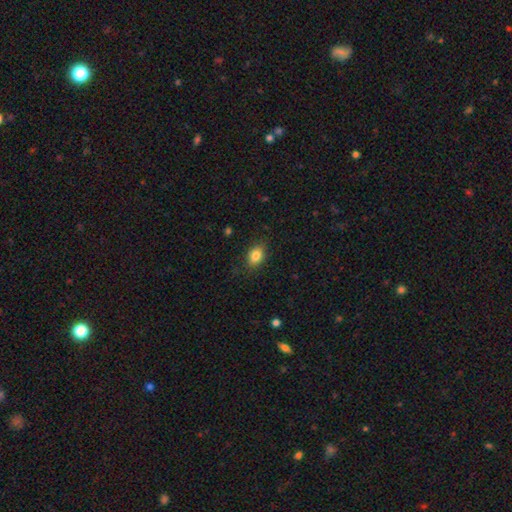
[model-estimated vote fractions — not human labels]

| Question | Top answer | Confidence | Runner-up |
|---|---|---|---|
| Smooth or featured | smooth | 85% | star or artifact (9%) |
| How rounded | in between | 76% | round (23%) |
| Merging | none | 84% | minor disturbance (12%) |